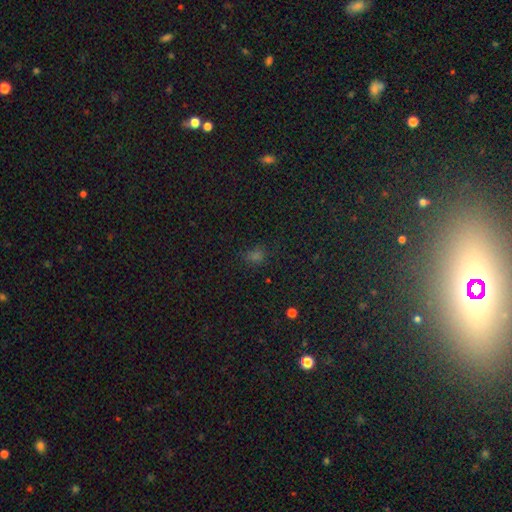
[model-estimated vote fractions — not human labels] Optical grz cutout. It shows a smooth galaxy with no disk features (56%) that is round (61%). Merging: none (78%).